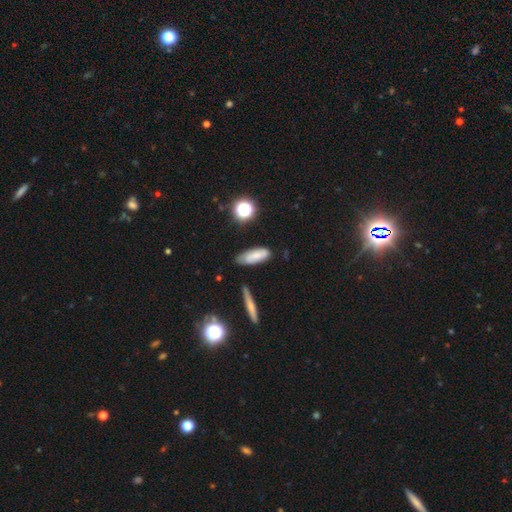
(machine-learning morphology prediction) Q: Smooth or featured?
A: smooth (70%); runner-up: featured or disk (20%)
Q: How rounded?
A: in between (63%); runner-up: cigar-shaped (34%)
Q: Merging?
A: none (72%); runner-up: minor disturbance (20%)